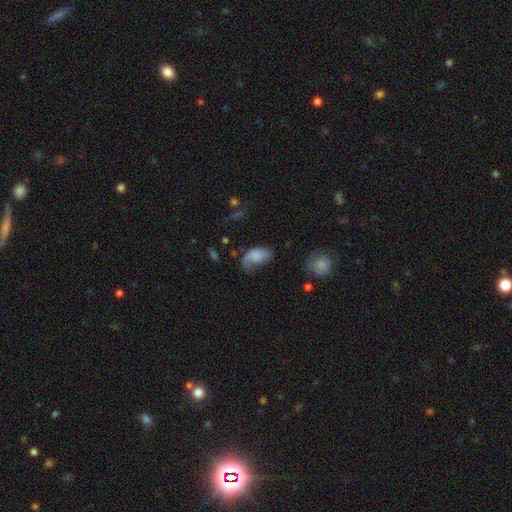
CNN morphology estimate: type=smooth (58%); roundness=in between (88%); merging=major disturbance (37%).